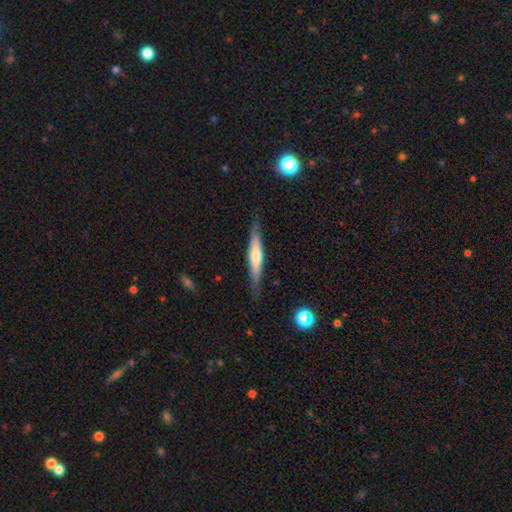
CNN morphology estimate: Overall: featured or disk (51%; smooth 43%). Edge-on disk: yes (93%). Merging: none (84%).